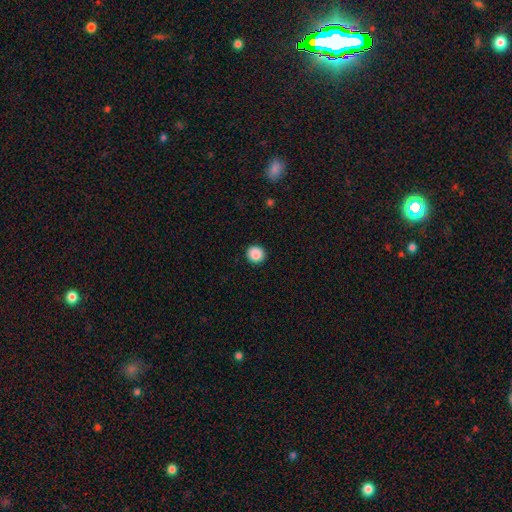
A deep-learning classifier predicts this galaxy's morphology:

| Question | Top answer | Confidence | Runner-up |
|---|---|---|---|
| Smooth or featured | smooth | 89% | star or artifact (9%) |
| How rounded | round | 92% | in between (7%) |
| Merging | none | 92% | minor disturbance (5%) |